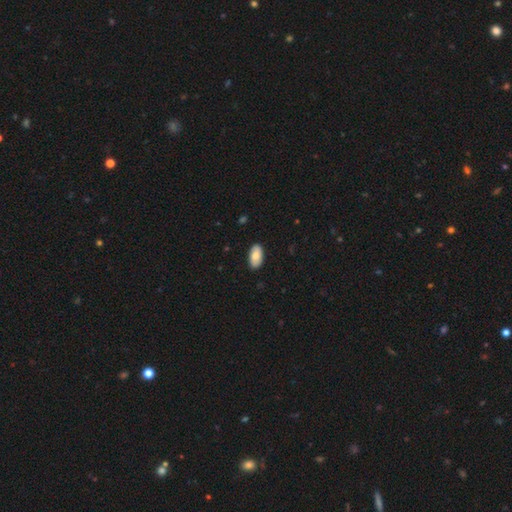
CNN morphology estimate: This appears to be a smooth galaxy with no disk features (81%) that is in between round and cigar-shaped (95%). Merging: none (88%).